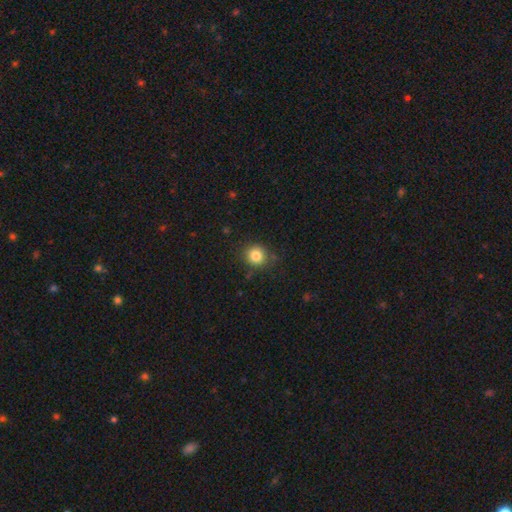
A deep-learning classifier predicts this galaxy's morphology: Overall: smooth (83%). How rounded: round (86%). Merging: none (81%).